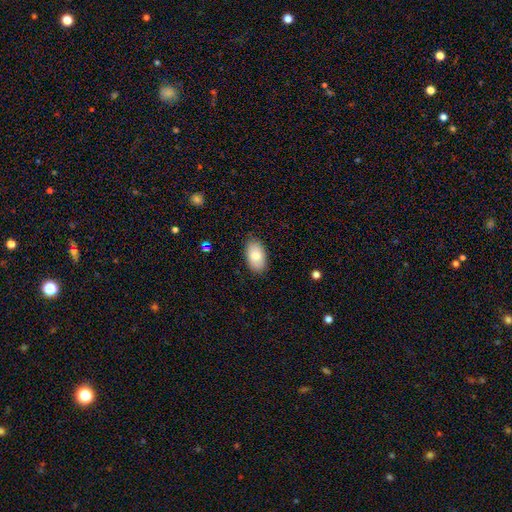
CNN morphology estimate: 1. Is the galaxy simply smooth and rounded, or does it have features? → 81% smooth, 13% featured or disk, 6% star or artifact.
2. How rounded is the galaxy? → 94% in between, 5% round, 1% cigar-shaped.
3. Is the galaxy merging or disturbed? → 86% none, 11% minor disturbance, 2% major disturbance, 1% merger.